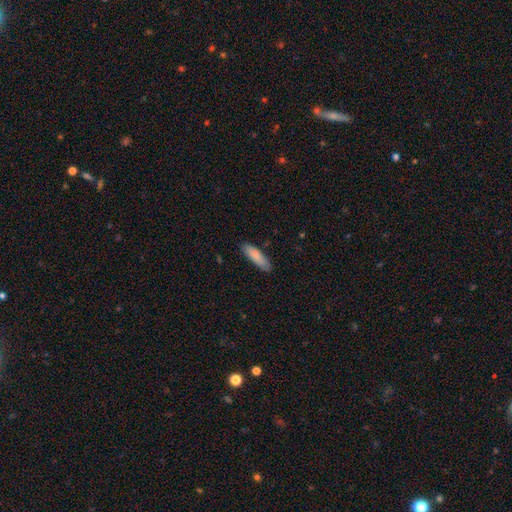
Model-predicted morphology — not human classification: This is clearly a smooth galaxy (86%). How rounded: likely cigar-shaped (61%). Merging: clearly none (85%).